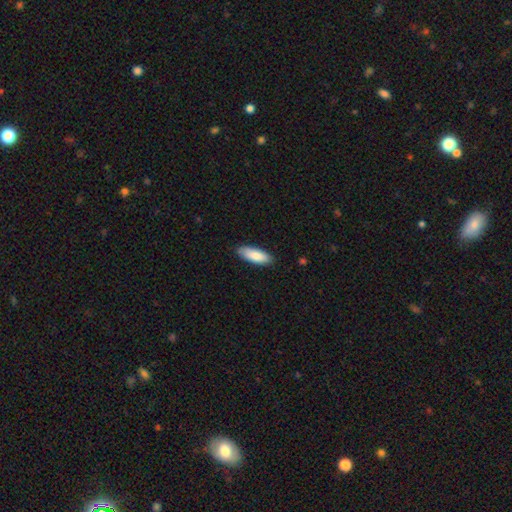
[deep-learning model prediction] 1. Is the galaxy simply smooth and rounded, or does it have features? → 84% smooth, 10% featured or disk, 6% star or artifact.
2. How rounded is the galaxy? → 71% in between, 28% cigar-shaped, 2% round.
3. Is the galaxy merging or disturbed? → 87% none, 10% minor disturbance, 2% major disturbance, 1% merger.